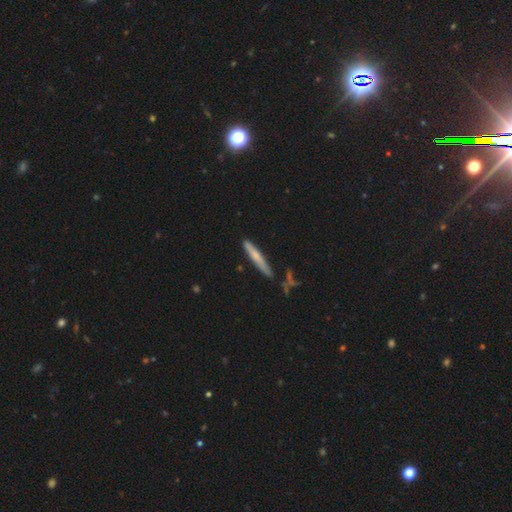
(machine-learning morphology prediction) smooth_or_featured: smooth (p=0.63) [alt: featured or disk p=0.31]
how_rounded: cigar-shaped (p=0.94) [alt: in between p=0.05]
merging: none (p=0.74) [alt: minor disturbance p=0.17]